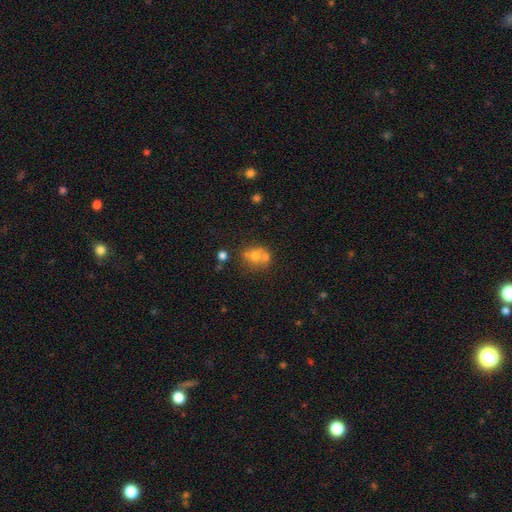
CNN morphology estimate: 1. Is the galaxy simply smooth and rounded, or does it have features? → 59% smooth, 27% featured or disk, 14% star or artifact.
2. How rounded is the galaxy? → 63% round, 36% in between, 1% cigar-shaped.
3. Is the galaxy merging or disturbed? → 48% merger, 35% none, 11% minor disturbance, 6% major disturbance.